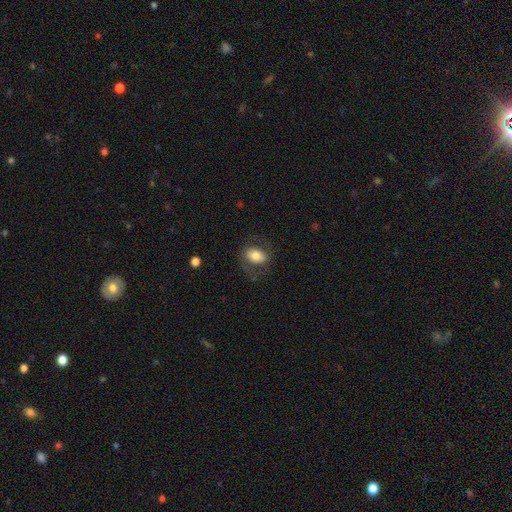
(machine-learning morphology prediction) Smooth or featured? Predicted: smooth (p=0.68). How rounded? Predicted: in between (p=0.75). Merging? Predicted: none (p=0.68).